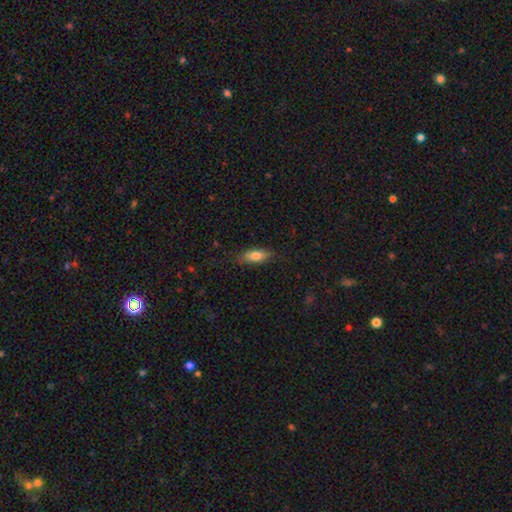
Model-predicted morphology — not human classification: Overall: smooth (79%). How rounded: in between (72%). Merging: none (81%).